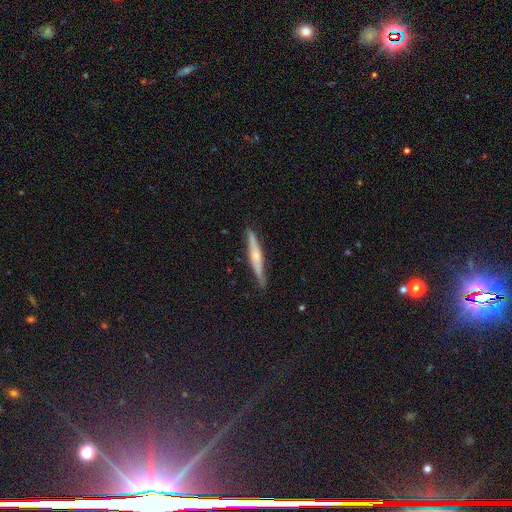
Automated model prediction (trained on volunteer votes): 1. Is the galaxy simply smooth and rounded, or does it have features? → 61% featured or disk, 32% smooth, 6% star or artifact.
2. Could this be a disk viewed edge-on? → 94% yes, 6% no.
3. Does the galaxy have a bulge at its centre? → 77% rounded, 17% none, 6% boxy.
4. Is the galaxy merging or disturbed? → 85% none, 12% minor disturbance, 2% major disturbance, 1% merger.